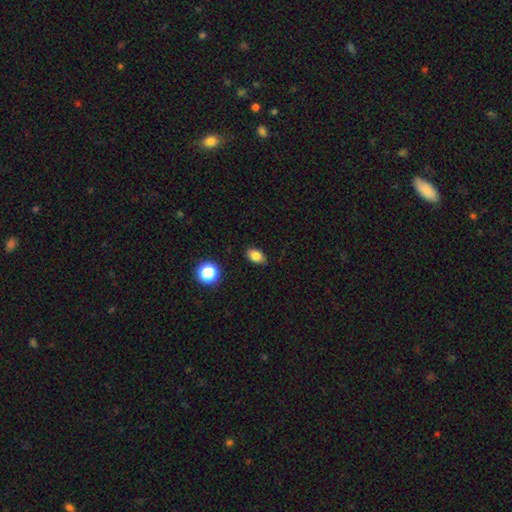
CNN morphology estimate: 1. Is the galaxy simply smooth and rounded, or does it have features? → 82% smooth, 11% star or artifact, 7% featured or disk.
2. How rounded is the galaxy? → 83% in between, 15% round, 2% cigar-shaped.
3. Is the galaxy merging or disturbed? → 86% none, 11% minor disturbance, 2% major disturbance, 1% merger.